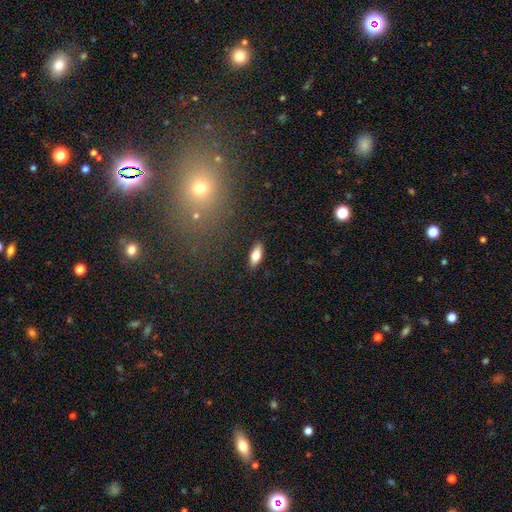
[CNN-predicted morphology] smooth 76%, featured or disk 17%, star or artifact 7%. Down the decision tree: how rounded — in between (78%); merging — none (89%).